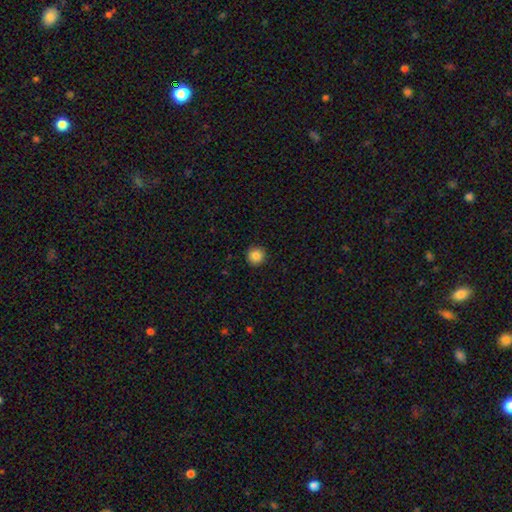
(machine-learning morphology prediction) A smooth galaxy with no disk features (86%) that is round (95%). Merging: none (93%).